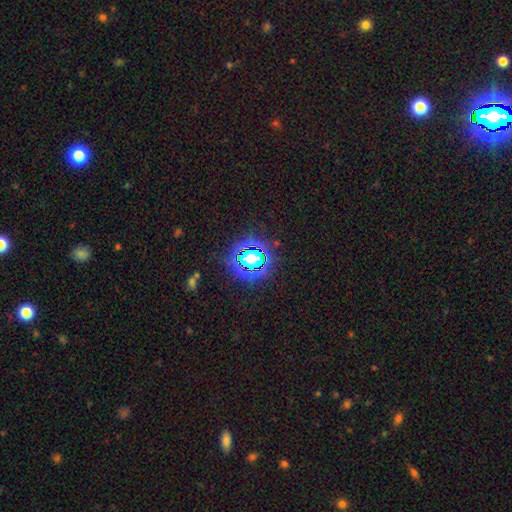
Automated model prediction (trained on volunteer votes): Smooth or featured?
  - star or artifact: 75% *
  - smooth: 17%
  - featured or disk: 8%